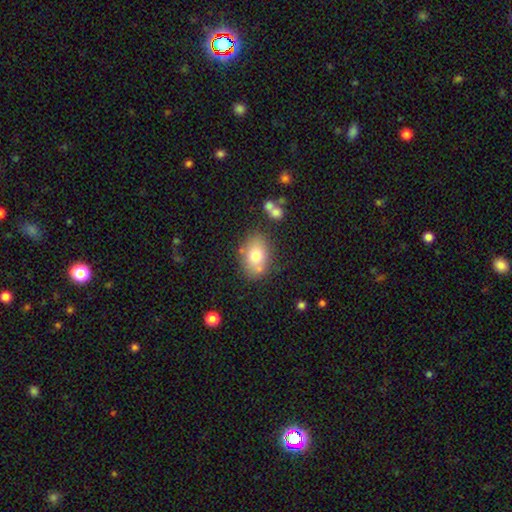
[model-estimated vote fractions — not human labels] Smooth or featured? smooth (74%)
How rounded? in between (75%)
Merging? none (73%)